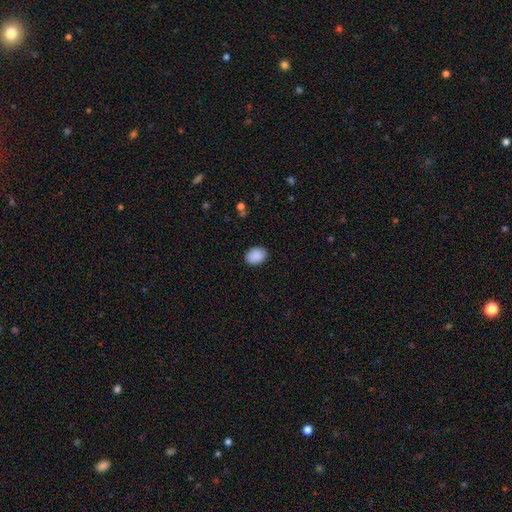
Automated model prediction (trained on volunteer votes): Morphology: type=smooth (90%); roundness=in between (71%); merging=none (88%).